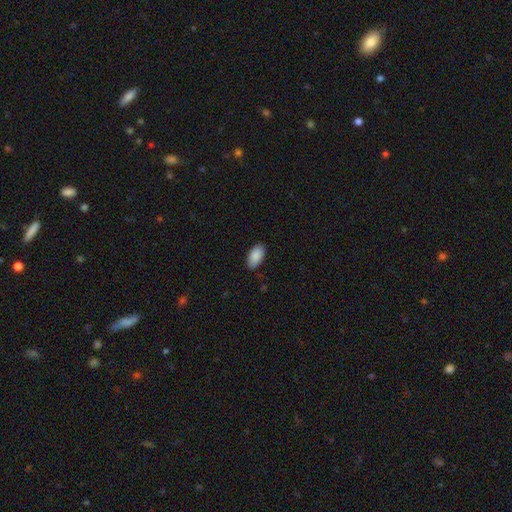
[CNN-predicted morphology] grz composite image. It shows a smooth galaxy with no disk features (89%) that is in between round and cigar-shaped (95%). Merging: none (83%).